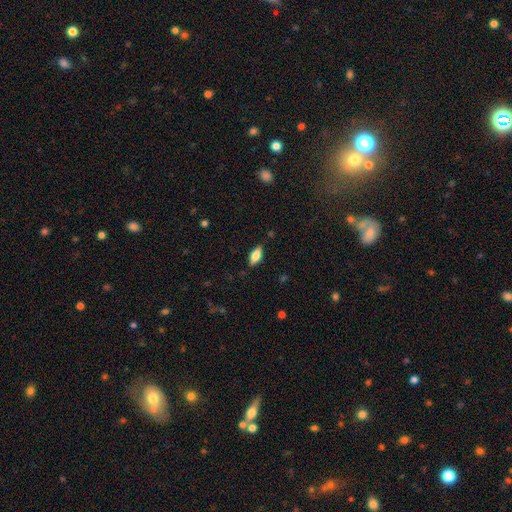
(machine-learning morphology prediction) Smooth or featured: smooth — 68% (featured or disk — 24%)
How rounded: in between — 80% (cigar-shaped — 17%)
Merging: none — 84% (minor disturbance — 12%)